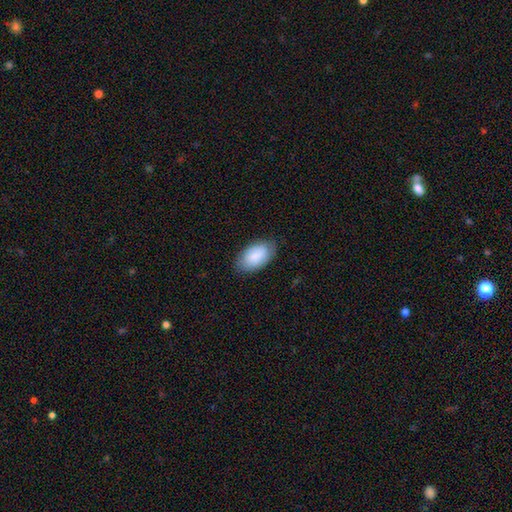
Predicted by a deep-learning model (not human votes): A smooth galaxy with no disk features (83%) that is in between round and cigar-shaped (95%). Merging: none (79%).